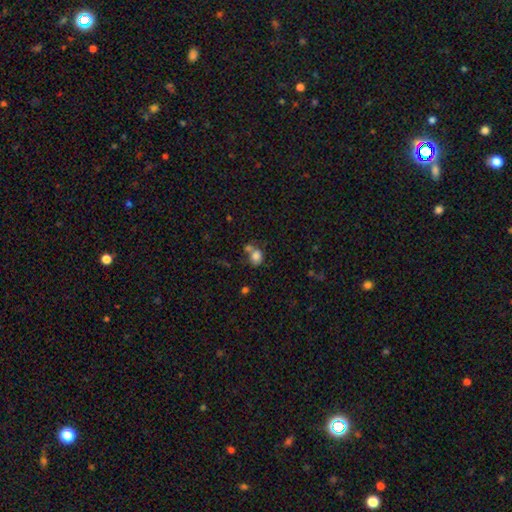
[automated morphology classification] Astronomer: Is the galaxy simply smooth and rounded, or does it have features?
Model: smooth — 79%.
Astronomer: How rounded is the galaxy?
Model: round — 53% (runner-up: in between, 46%).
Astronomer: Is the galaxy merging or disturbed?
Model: none — 42% (runner-up: merger, 37%).